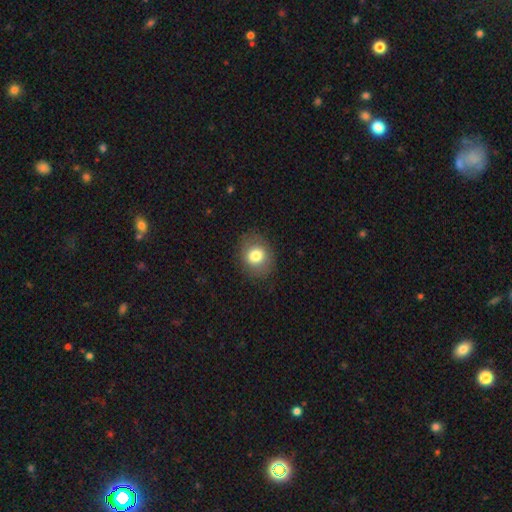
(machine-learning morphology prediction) Smooth or featured? Predicted: smooth (p=0.78). How rounded? Predicted: round (p=0.59). Merging? Predicted: none (p=0.82).